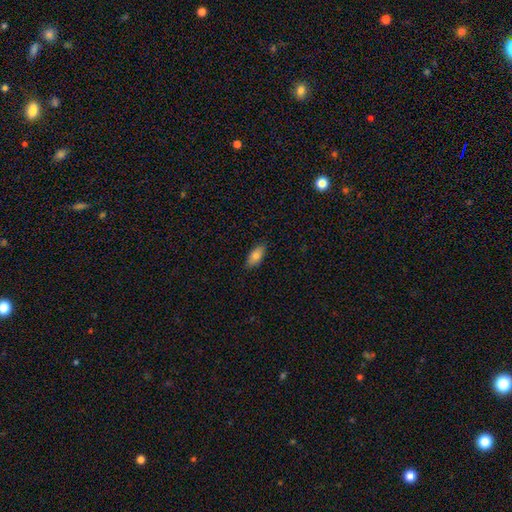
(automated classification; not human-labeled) Smooth or featured: smooth — 80% (featured or disk — 13%)
How rounded: in between — 87% (cigar-shaped — 10%)
Merging: none — 86% (minor disturbance — 12%)